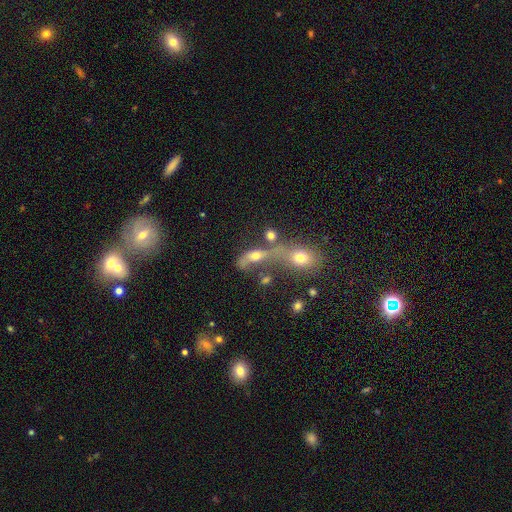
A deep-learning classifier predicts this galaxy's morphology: Smooth or featured? Predicted: featured or disk (p=0.42). Merging? Predicted: merger (p=0.44).